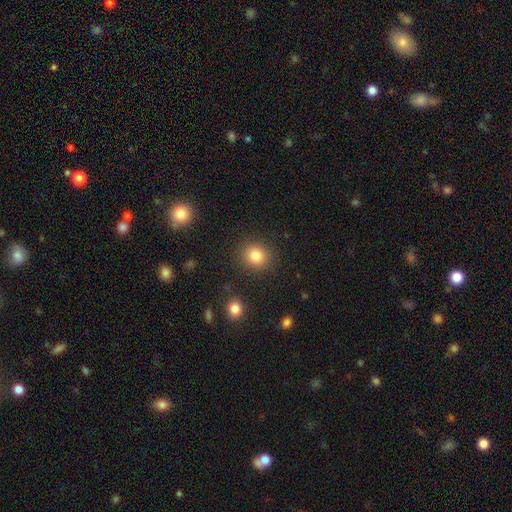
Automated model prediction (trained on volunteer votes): Morphology: type=smooth (83%); roundness=round (73%); merging=none (87%).